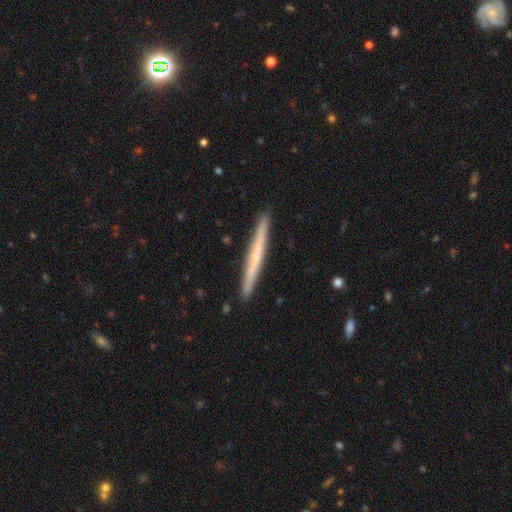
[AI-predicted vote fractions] Q: Smooth or featured?
A: featured or disk (48%); runner-up: smooth (47%)
Q: Merging?
A: none (92%); runner-up: minor disturbance (5%)